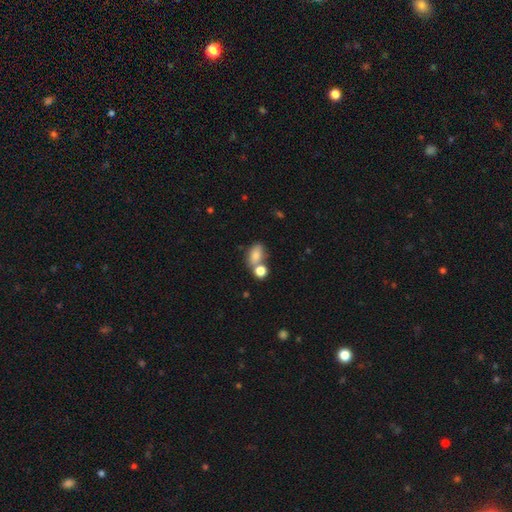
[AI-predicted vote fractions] This appears to be a smooth galaxy with no disk features (79%) that is in between round and cigar-shaped (79%). Merging: none (45%).